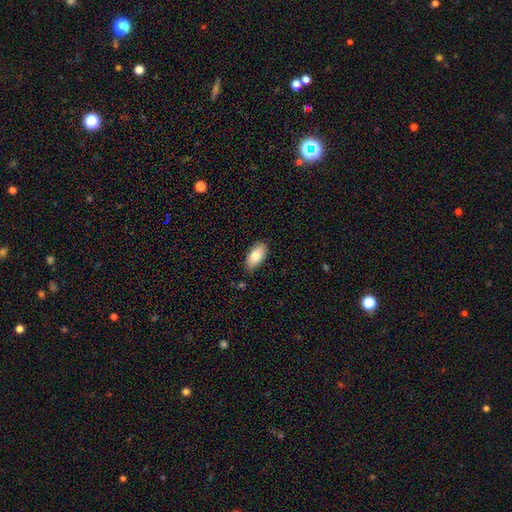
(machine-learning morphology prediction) Smooth or featured? smooth (82%)
How rounded? in between (93%)
Merging? none (85%)